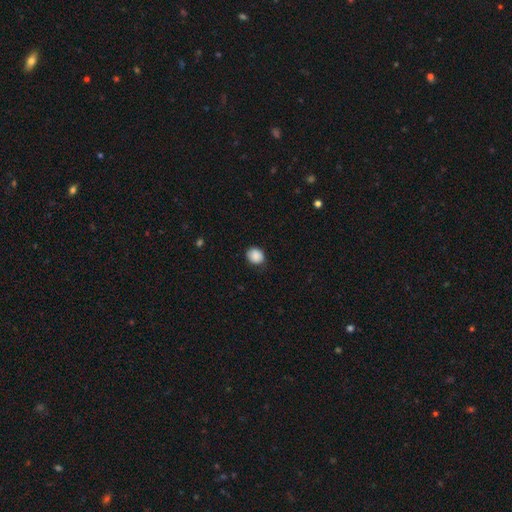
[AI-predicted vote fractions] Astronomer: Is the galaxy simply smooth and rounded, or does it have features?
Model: smooth — 88%.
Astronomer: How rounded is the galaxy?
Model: round — 71%.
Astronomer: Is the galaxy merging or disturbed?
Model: none — 78%.